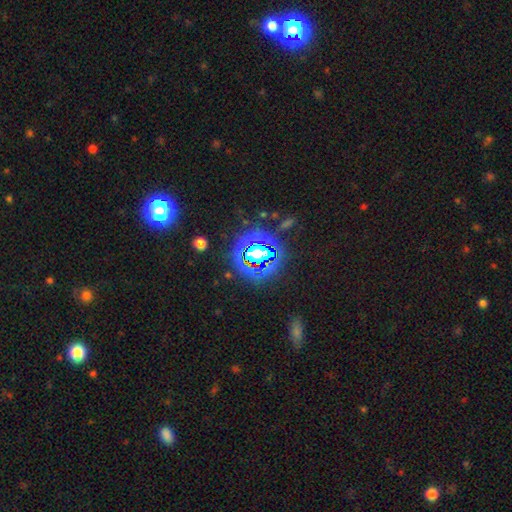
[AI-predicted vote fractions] This is likely a star or artifact rather than a galaxy (67%).